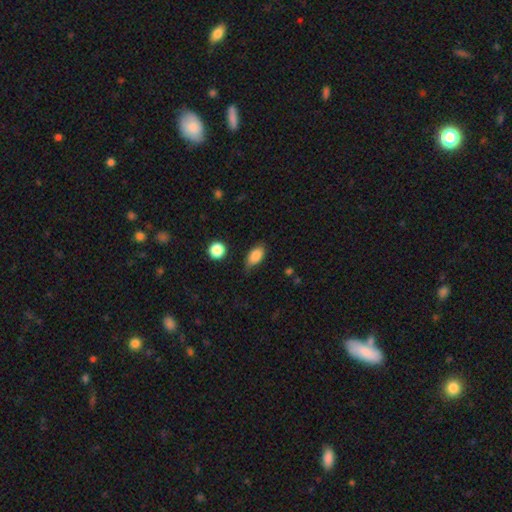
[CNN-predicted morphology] This is clearly a smooth galaxy (85%). How rounded: clearly in between (88%). Merging: likely none (71%).